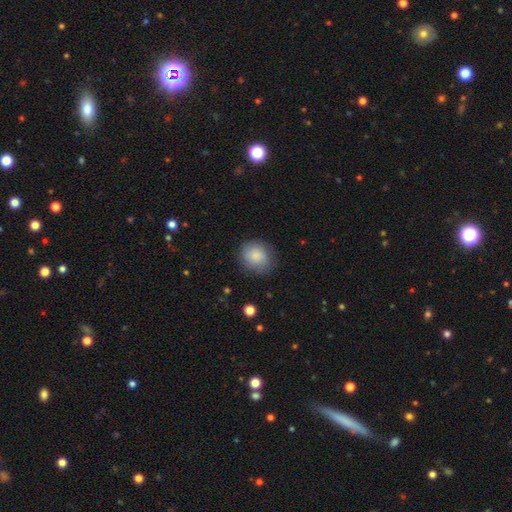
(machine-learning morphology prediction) Q: Smooth or featured?
A: smooth (84%); runner-up: featured or disk (9%)
Q: How rounded?
A: round (79%); runner-up: in between (20%)
Q: Merging?
A: none (81%); runner-up: minor disturbance (14%)